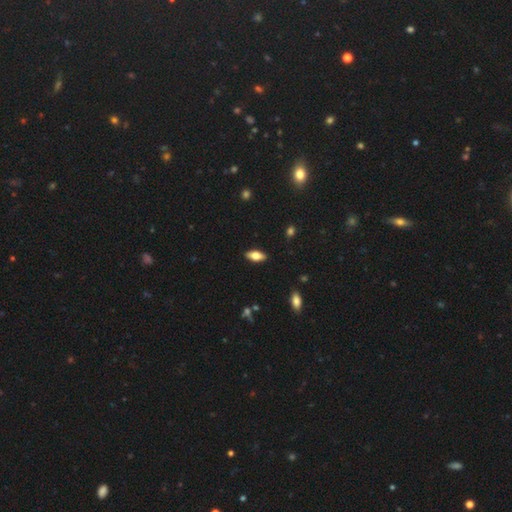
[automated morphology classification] smooth-or-featured: smooth: 69% | featured or disk: 24% | star or artifact: 7%
  how-rounded: in between: 84% | cigar-shaped: 14% | round: 3%
  merging: none: 88% | minor disturbance: 9% | major disturbance: 2% | merger: 1%